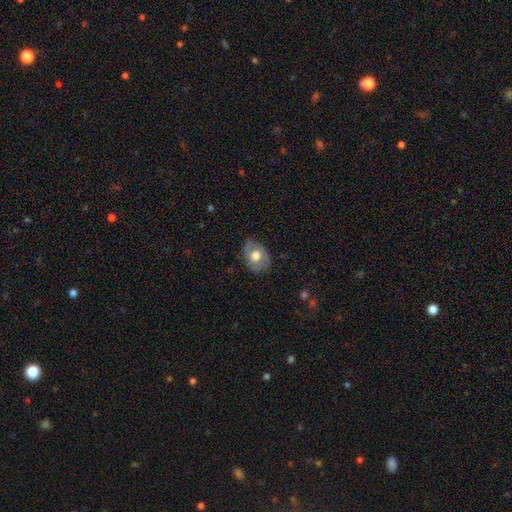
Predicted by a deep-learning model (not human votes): The model was most divided on "smooth or featured": smooth: 56%, featured or disk: 37%, star or artifact: 7%. More confident: merging — none (78%); how rounded — in between (71%).